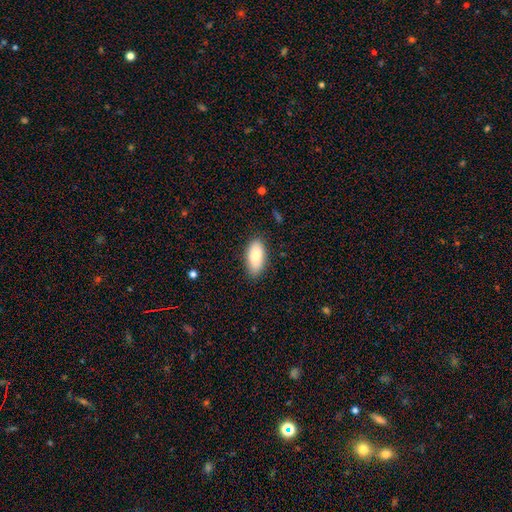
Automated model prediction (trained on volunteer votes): A smooth galaxy with no disk features (83%) that is in between round and cigar-shaped (88%).

Vote fractions:
- Smooth or featured? smooth: 83% / featured or disk: 10% / star or artifact: 6%
- How rounded? in between: 88% / cigar-shaped: 10% / round: 2%
- Merging? none: 84% / minor disturbance: 12% / major disturbance: 3% / merger: 1%